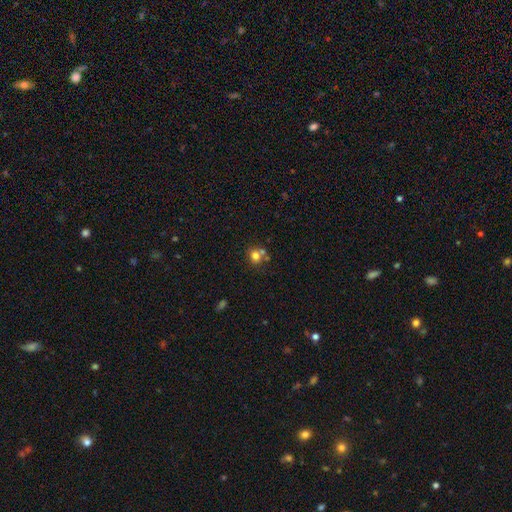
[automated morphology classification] Smooth or featured?
  - smooth: 75% *
  - star or artifact: 14%
  - featured or disk: 11%
How rounded?
  - round: 79% *
  - in between: 20%
  - cigar-shaped: 1%
Merging?
  - none: 53% *
  - merger: 33%
  - minor disturbance: 10%
  - major disturbance: 4%